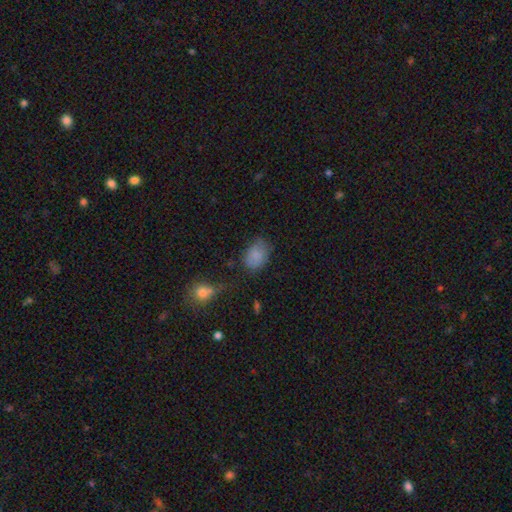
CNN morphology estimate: smooth_or_featured: smooth (p=0.82) [alt: star or artifact p=0.10]
how_rounded: in between (p=0.75) [alt: round p=0.24]
merging: none (p=0.64) [alt: minor disturbance p=0.26]